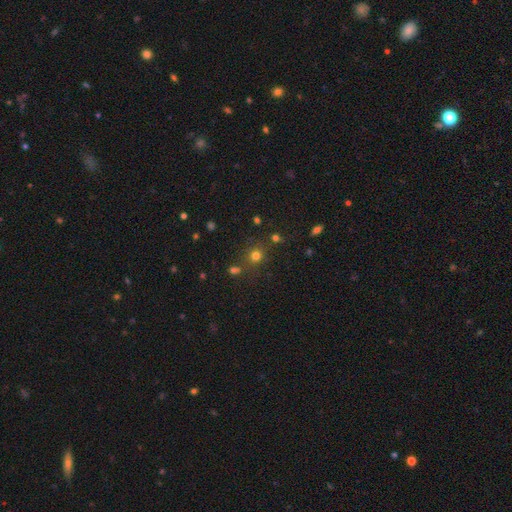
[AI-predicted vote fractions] This is likely a smooth galaxy (71%). How rounded: clearly round (88%). Merging: likely none (76%).